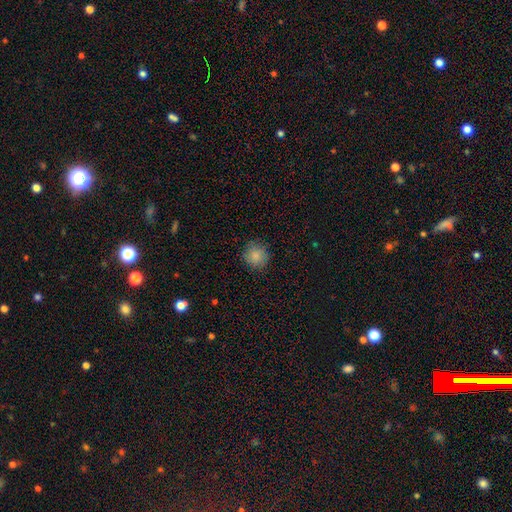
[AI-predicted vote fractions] Morphology: type=smooth (85%); roundness=round (92%); merging=none (86%).